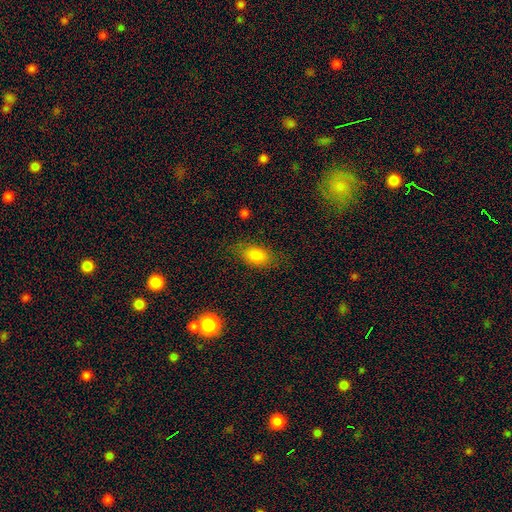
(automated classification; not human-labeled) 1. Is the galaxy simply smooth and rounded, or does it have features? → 81% smooth, 10% featured or disk, 9% star or artifact.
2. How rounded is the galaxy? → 85% in between, 11% round, 4% cigar-shaped.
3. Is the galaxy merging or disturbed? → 76% none, 17% minor disturbance, 5% major disturbance, 2% merger.